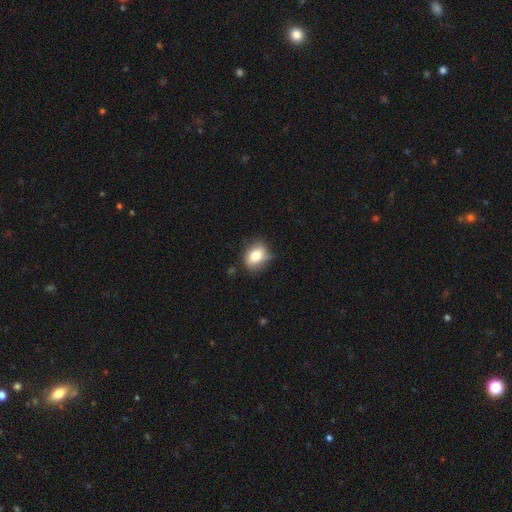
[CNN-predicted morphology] A smooth galaxy with no disk features (79%) that is in between round and cigar-shaped (59%).

Vote fractions:
- Smooth or featured? smooth: 79% / featured or disk: 11% / star or artifact: 9%
- How rounded? in between: 59% / round: 40% / cigar-shaped: 1%
- Merging? none: 72% / minor disturbance: 22% / major disturbance: 4% / merger: 2%